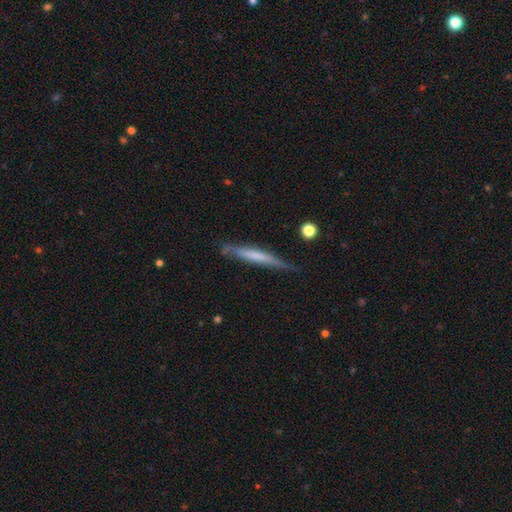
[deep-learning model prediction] A smooth galaxy with no disk features (48%).

Vote fractions:
- Smooth or featured? smooth: 48% / featured or disk: 46% / star or artifact: 6%
- Merging? none: 76% / minor disturbance: 18% / major disturbance: 4% / merger: 2%